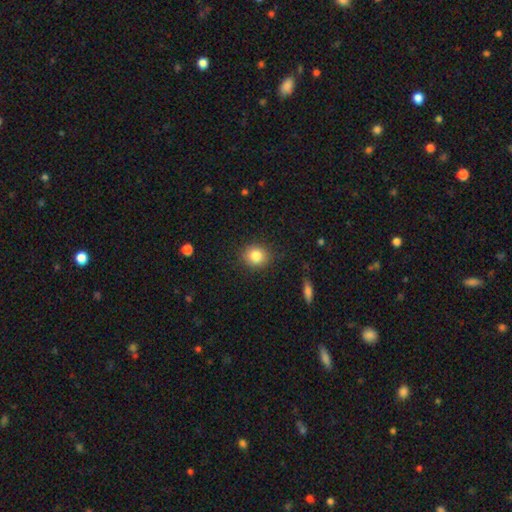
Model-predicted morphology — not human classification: Smooth or featured? Predicted: smooth (p=0.84). How rounded? Predicted: round (p=0.77). Merging? Predicted: none (p=0.87).